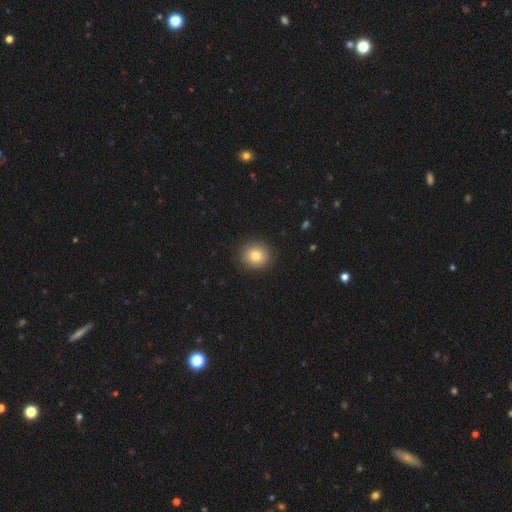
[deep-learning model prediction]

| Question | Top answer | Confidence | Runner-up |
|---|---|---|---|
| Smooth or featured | smooth | 80% | star or artifact (10%) |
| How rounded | round | 86% | in between (13%) |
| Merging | none | 90% | minor disturbance (7%) |